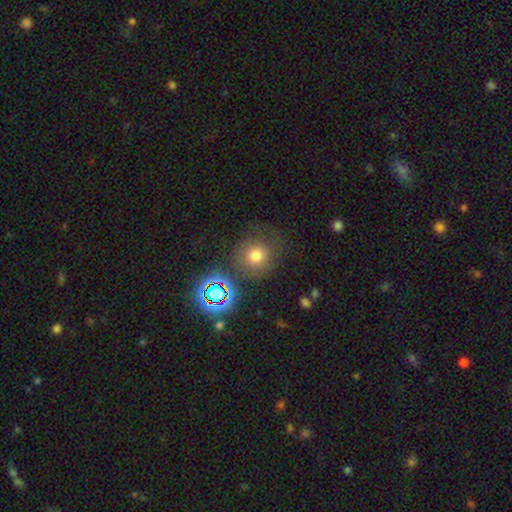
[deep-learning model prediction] smooth-or-featured: smooth: 68% | star or artifact: 19% | featured or disk: 12%
  how-rounded: round: 89% | in between: 10% | cigar-shaped: 1%
  merging: none: 73% | minor disturbance: 13% | major disturbance: 9% | merger: 5%